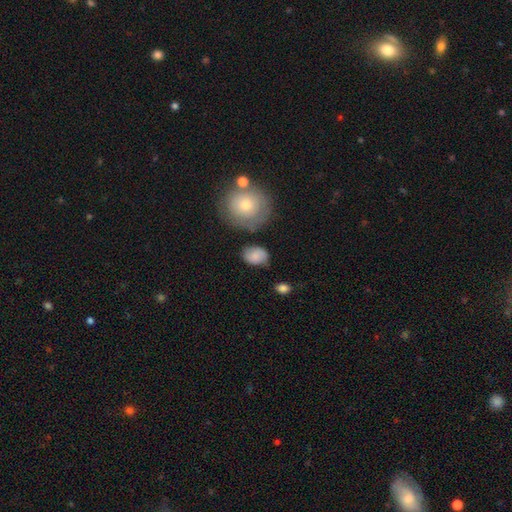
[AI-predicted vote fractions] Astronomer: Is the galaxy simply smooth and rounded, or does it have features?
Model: smooth — 74%.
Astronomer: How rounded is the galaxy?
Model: in between — 71%.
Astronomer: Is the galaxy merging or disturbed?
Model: none — 66%.